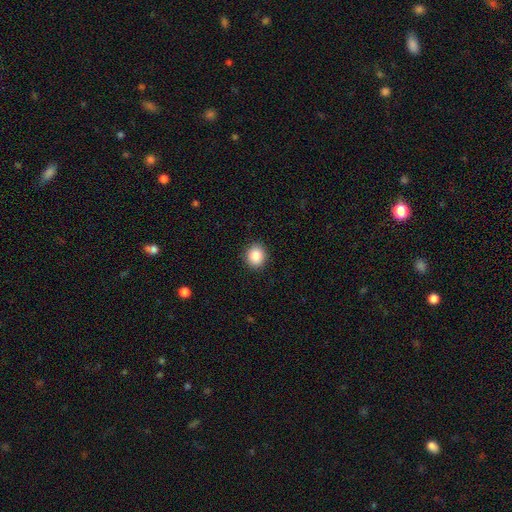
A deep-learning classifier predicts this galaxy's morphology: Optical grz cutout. It shows a smooth galaxy with no disk features (88%) that is round (77%). Merging: none (91%).